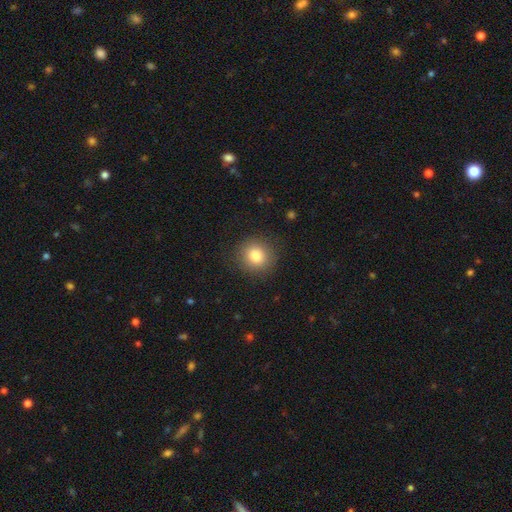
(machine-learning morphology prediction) smooth_or_featured: smooth (p=0.82) [alt: star or artifact p=0.10]
how_rounded: round (p=0.90) [alt: in between p=0.09]
merging: none (p=0.89) [alt: minor disturbance p=0.07]